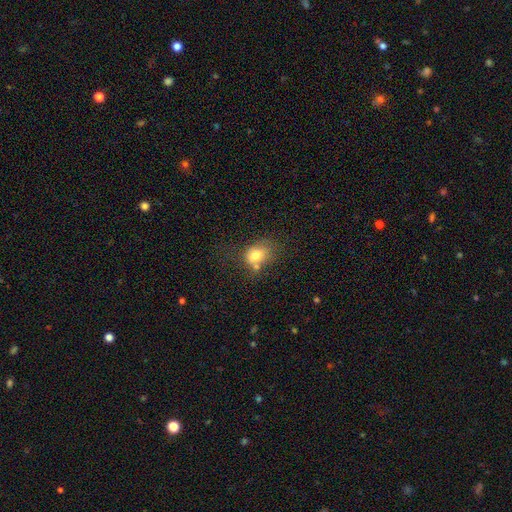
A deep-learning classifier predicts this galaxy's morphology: smooth 76%, featured or disk 14%, star or artifact 10%. Down the decision tree: how rounded — in between (60%); merging — none (40%).